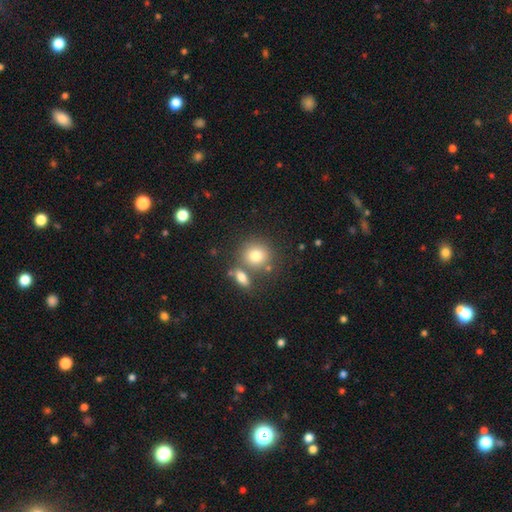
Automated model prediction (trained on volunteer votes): Morphology: type=smooth (78%); roundness=round (80%); merging=none (60%).